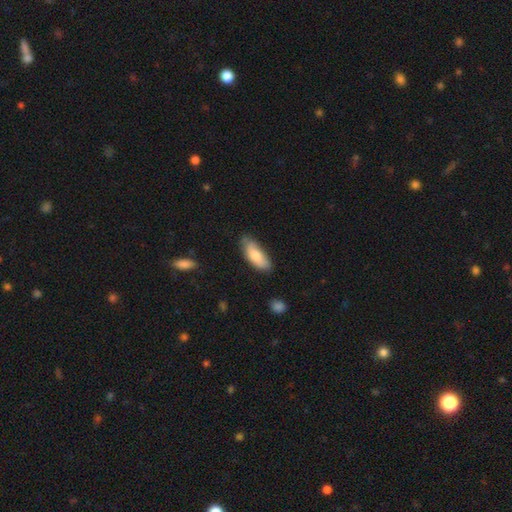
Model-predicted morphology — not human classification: Smooth or featured?
  - smooth: 78% *
  - featured or disk: 17%
  - star or artifact: 6%
How rounded?
  - in between: 74% *
  - cigar-shaped: 24%
  - round: 2%
Merging?
  - none: 66% *
  - minor disturbance: 27%
  - major disturbance: 5%
  - merger: 2%